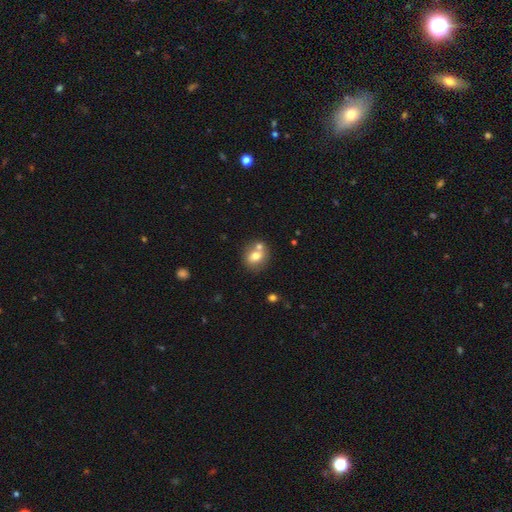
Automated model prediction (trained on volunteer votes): Smooth or featured?
  - smooth: 72% *
  - featured or disk: 18%
  - star or artifact: 10%
How rounded?
  - round: 65% *
  - in between: 34%
  - cigar-shaped: 1%
Merging?
  - none: 57% *
  - merger: 28%
  - minor disturbance: 11%
  - major disturbance: 4%